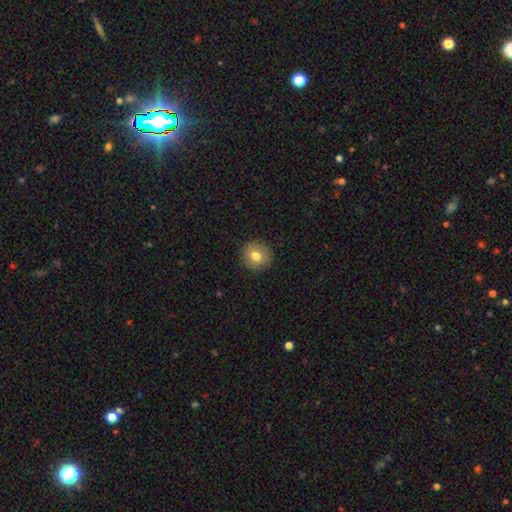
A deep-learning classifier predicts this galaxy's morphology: This appears to be a smooth galaxy with no disk features (78%) that is round (92%). Merging: none (91%).